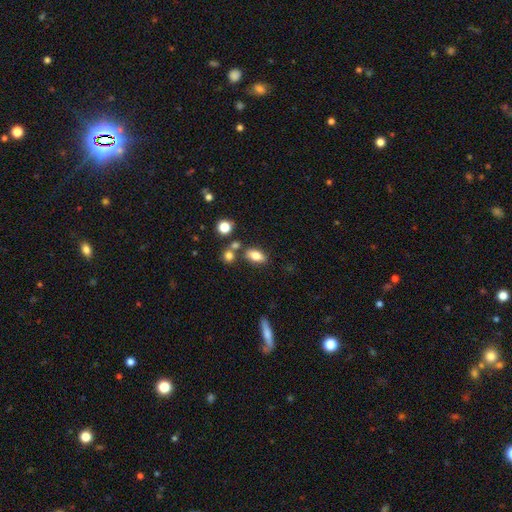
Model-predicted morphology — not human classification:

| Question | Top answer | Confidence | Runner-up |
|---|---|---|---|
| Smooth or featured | smooth | 79% | featured or disk (12%) |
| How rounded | in between | 87% | round (8%) |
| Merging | none | 73% | merger (12%) |